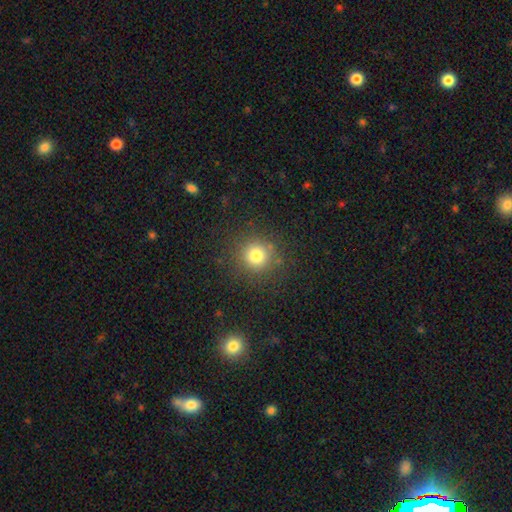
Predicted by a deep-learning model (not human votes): Smooth or featured: smooth — 77% (star or artifact — 16%)
How rounded: round — 93% (in between — 6%)
Merging: none — 87% (minor disturbance — 8%)